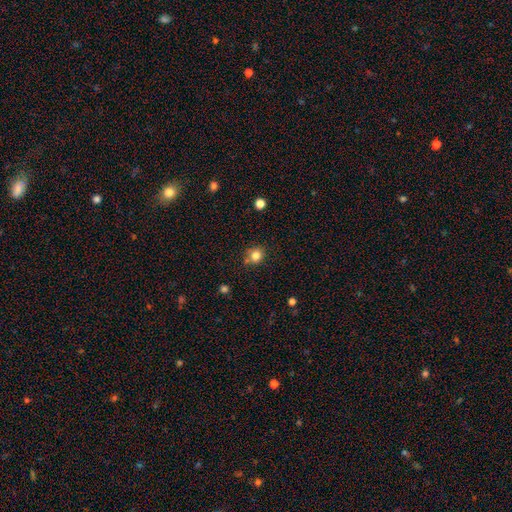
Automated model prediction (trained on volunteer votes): Q: Smooth or featured?
A: smooth (81%); runner-up: star or artifact (12%)
Q: How rounded?
A: round (83%); runner-up: in between (16%)
Q: Merging?
A: none (70%); runner-up: minor disturbance (17%)